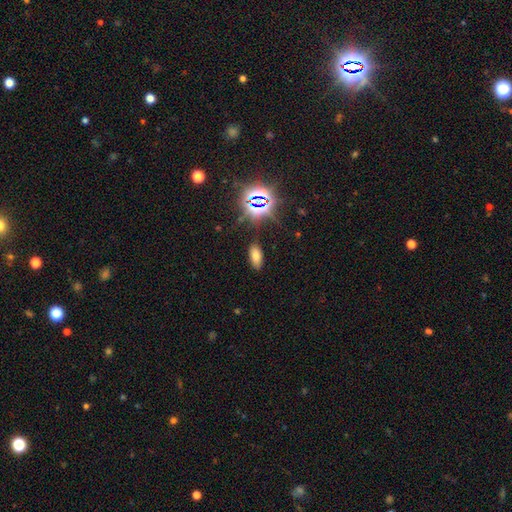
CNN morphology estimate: Smooth or featured: smooth — 68% (star or artifact — 24%)
How rounded: in between — 89% (cigar-shaped — 7%)
Merging: none — 86% (minor disturbance — 9%)